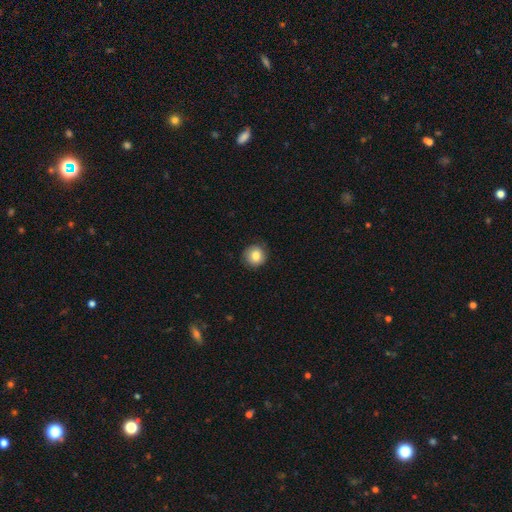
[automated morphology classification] type=smooth (82%); roundness=round (89%); merging=none (84%).